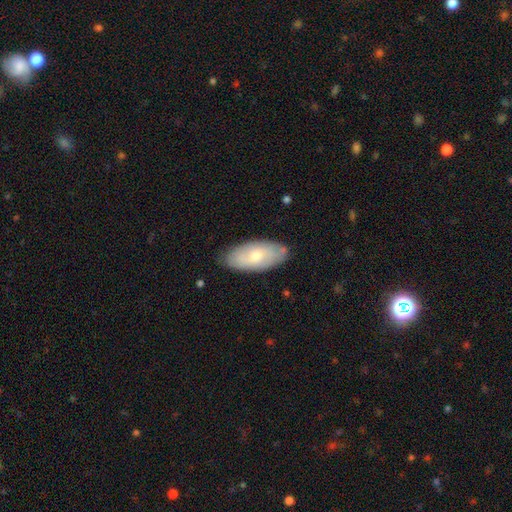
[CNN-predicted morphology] Smooth or featured? smooth (59%)
How rounded? in between (91%)
Merging? none (82%)